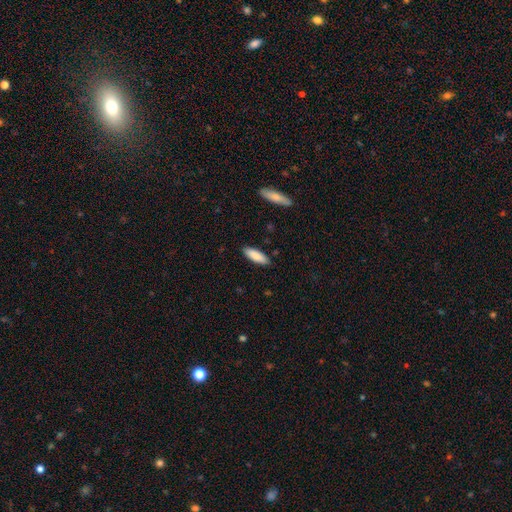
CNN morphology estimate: smooth 86%, featured or disk 8%, star or artifact 5%. Down the decision tree: how rounded — in between (62%); merging — none (88%).